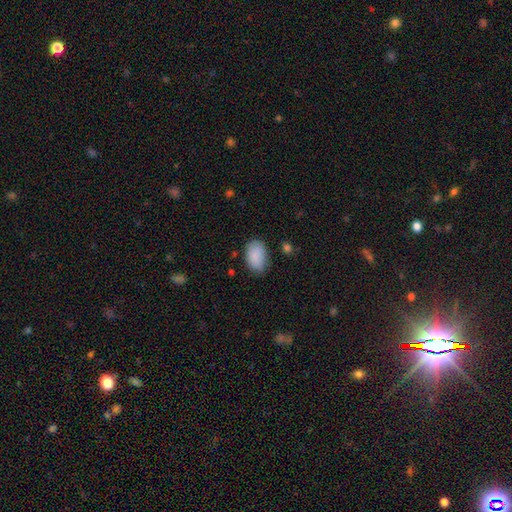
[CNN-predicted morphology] A smooth galaxy with no disk features (89%) that is in between round and cigar-shaped (89%). Merging: none (72%).